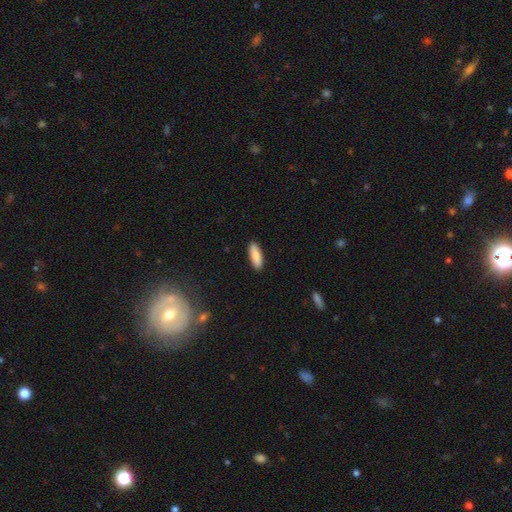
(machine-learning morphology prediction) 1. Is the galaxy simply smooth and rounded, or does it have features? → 86% smooth, 8% featured or disk, 6% star or artifact.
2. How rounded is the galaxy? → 57% in between, 42% cigar-shaped, 2% round.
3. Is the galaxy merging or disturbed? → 90% none, 7% minor disturbance, 2% major disturbance, 1% merger.